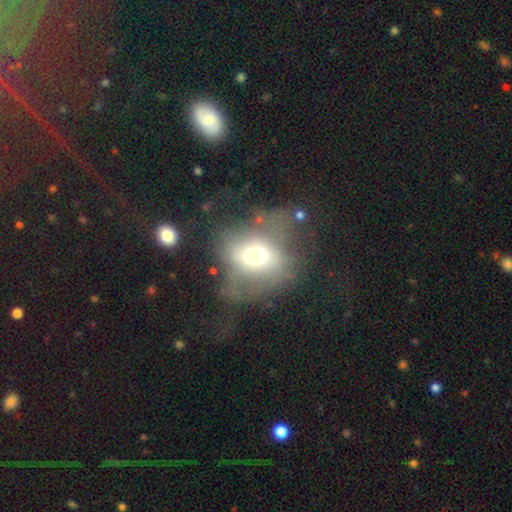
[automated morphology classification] The model was most divided on "merging": major disturbance: 39%, none: 34%, minor disturbance: 23%, merger: 4%. More confident: smooth or featured — smooth (55%); how rounded — round (52%).